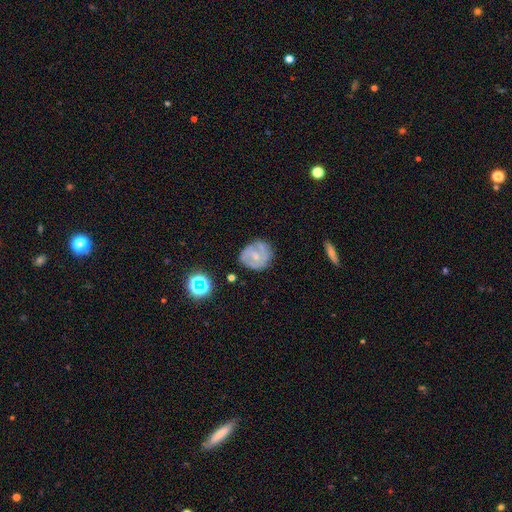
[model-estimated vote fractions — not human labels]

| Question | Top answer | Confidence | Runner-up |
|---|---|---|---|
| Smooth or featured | featured or disk | 59% | smooth (32%) |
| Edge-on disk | no | 97% | yes (3%) |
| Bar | no | 57% | weak (35%) |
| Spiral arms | yes | 72% | no (28%) |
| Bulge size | small | 59% | moderate (31%) |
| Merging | none | 63% | minor disturbance (24%) |